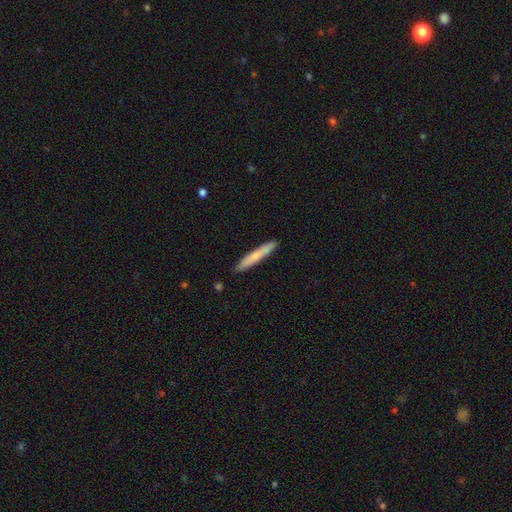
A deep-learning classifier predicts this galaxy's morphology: Q: Smooth or featured?
A: smooth (67%); runner-up: featured or disk (28%)
Q: How rounded?
A: cigar-shaped (94%); runner-up: in between (4%)
Q: Merging?
A: none (89%); runner-up: minor disturbance (8%)